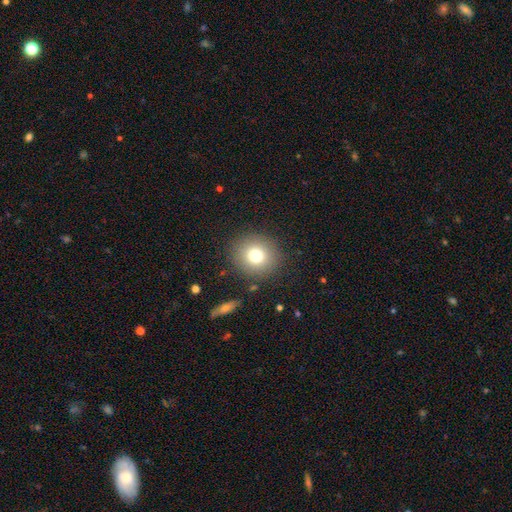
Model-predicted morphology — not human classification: A smooth galaxy with no disk features (76%) that is round (89%).

Vote fractions:
- Smooth or featured? smooth: 76% / star or artifact: 12% / featured or disk: 12%
- How rounded? round: 89% / in between: 10% / cigar-shaped: 1%
- Merging? none: 87% / minor disturbance: 8% / major disturbance: 3% / merger: 2%